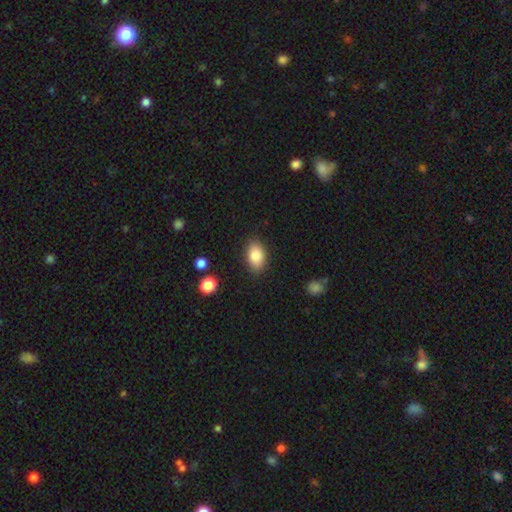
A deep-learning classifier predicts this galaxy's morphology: This is clearly a smooth galaxy (84%). How rounded: clearly in between (90%). Merging: clearly none (86%).